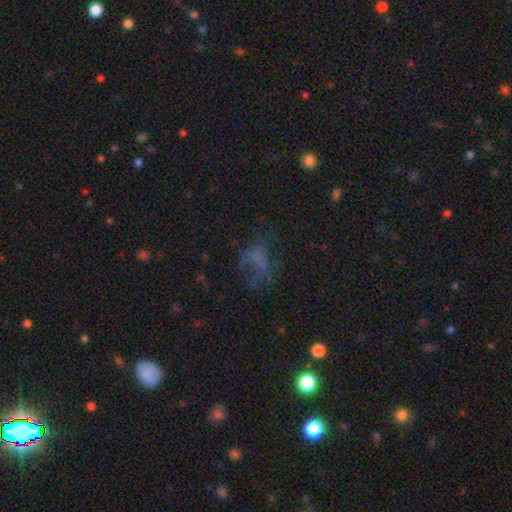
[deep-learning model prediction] smooth 39%, featured or disk 31%, star or artifact 30%. Down the decision tree: merging — none (42%).